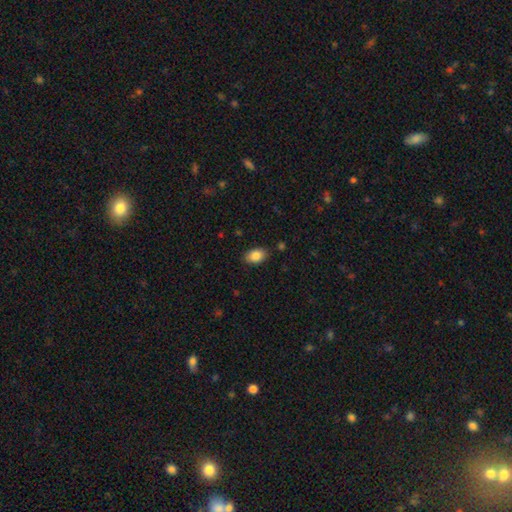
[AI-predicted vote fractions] Smooth or featured? Predicted: smooth (p=0.87). How rounded? Predicted: in between (p=0.89). Merging? Predicted: none (p=0.85).